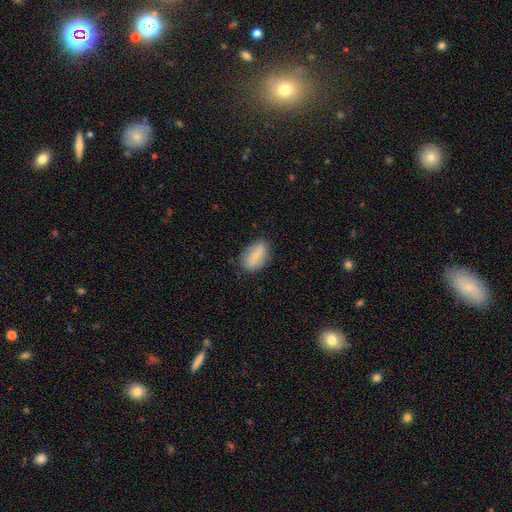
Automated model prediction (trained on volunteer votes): smooth-or-featured: smooth: 74% | featured or disk: 20% | star or artifact: 7%
  how-rounded: in between: 89% | round: 8% | cigar-shaped: 3%
  merging: none: 78% | minor disturbance: 17% | major disturbance: 4% | merger: 1%